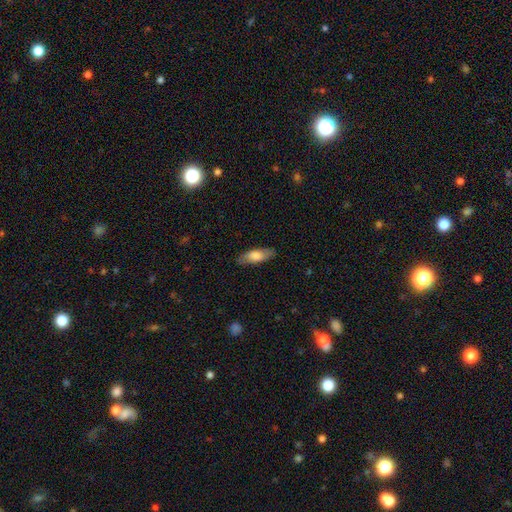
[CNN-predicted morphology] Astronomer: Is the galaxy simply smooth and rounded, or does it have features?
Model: smooth — 71%.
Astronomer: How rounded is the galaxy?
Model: in between — 65%.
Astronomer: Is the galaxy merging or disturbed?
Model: none — 84%.